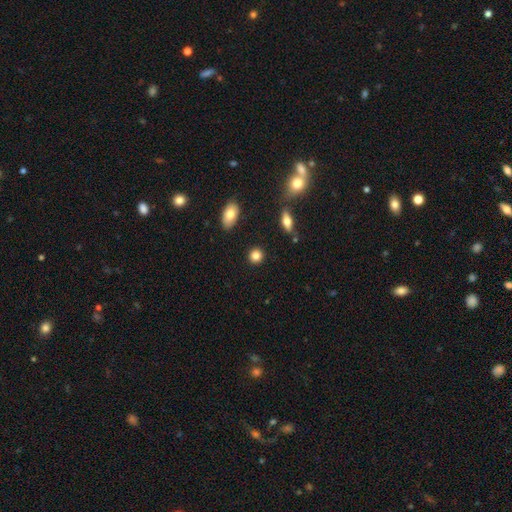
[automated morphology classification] Smooth or featured? smooth (85%)
How rounded? round (86%)
Merging? none (90%)